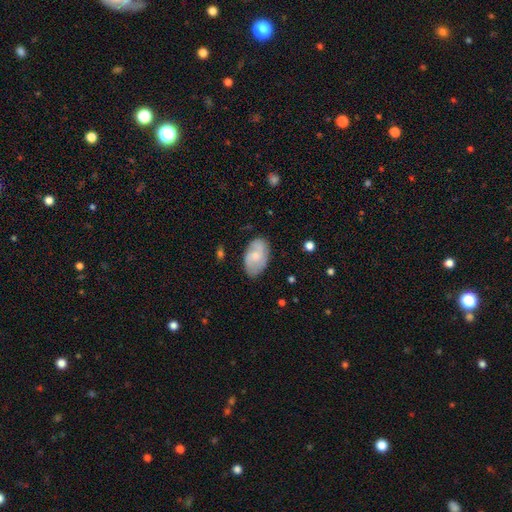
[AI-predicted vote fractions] This appears to be a smooth galaxy with no disk features (52%) that is in between round and cigar-shaped (92%). Merging: none (74%).